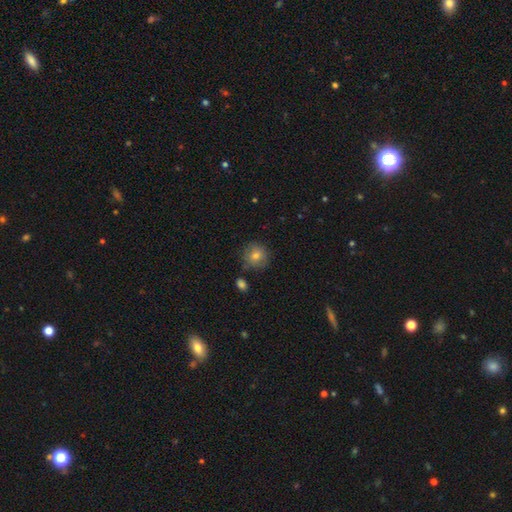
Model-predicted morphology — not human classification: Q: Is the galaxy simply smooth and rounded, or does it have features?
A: smooth — 77%.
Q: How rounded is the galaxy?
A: round — 92%.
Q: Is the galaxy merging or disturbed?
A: none — 81%.